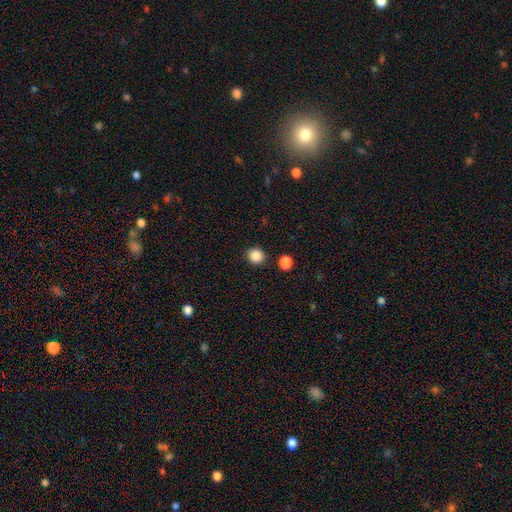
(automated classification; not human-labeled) The model was most divided on "how rounded": round: 88%, in between: 11%, cigar-shaped: 1%. More confident: merging — none (88%); smooth or featured — smooth (87%).